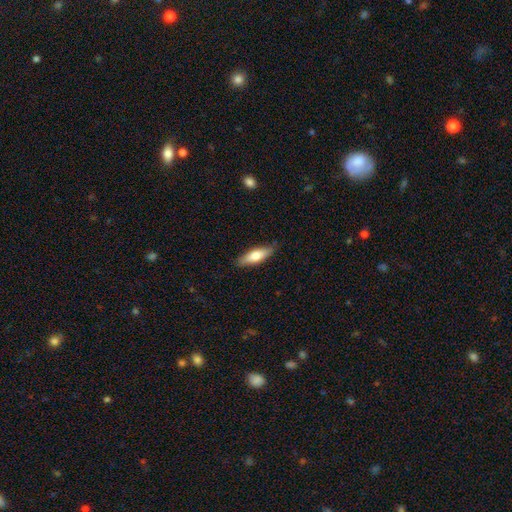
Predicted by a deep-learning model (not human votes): This appears to be a smooth galaxy with no disk features (70%) that is in between round and cigar-shaped (52%). Merging: none (85%).